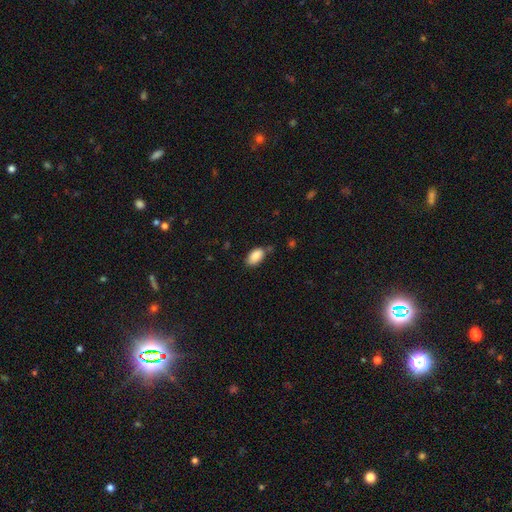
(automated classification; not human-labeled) smooth-or-featured: smooth: 88% | star or artifact: 7% | featured or disk: 5%
  how-rounded: in between: 94% | round: 3% | cigar-shaped: 3%
  merging: none: 69% | minor disturbance: 21% | merger: 5% | major disturbance: 5%